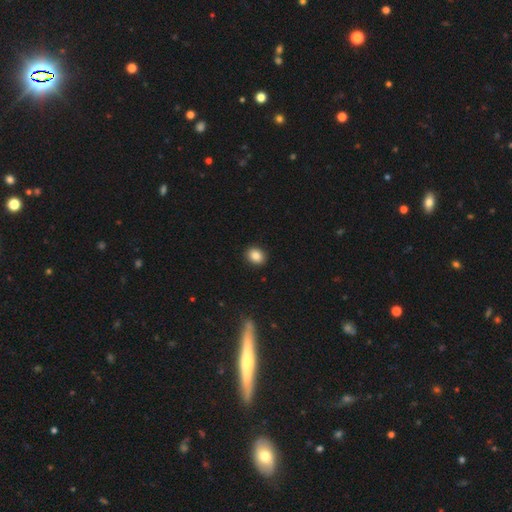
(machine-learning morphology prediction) Smooth or featured? smooth (86%)
How rounded? round (52%)
Merging? none (91%)